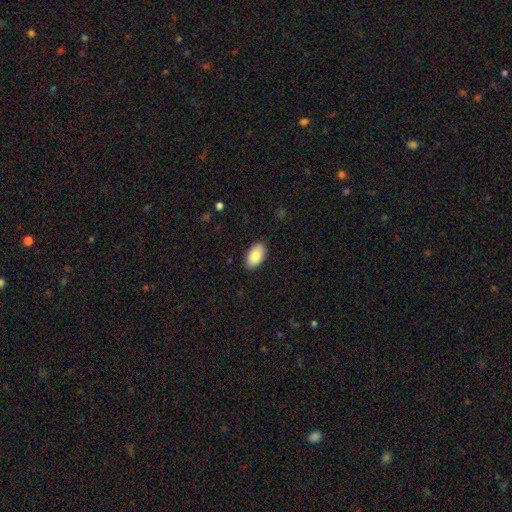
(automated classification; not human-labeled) Overall: smooth (84%). How rounded: in between (95%). Merging: none (88%).